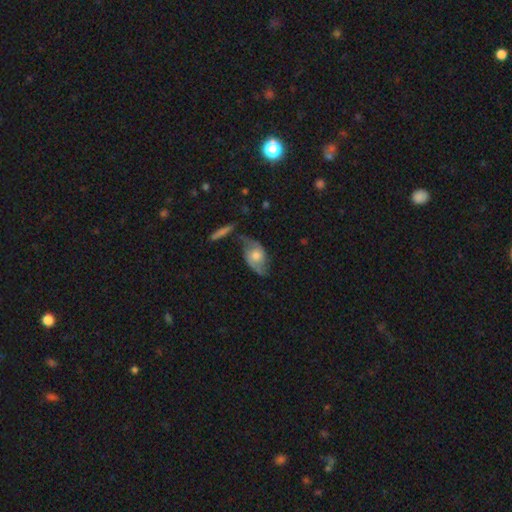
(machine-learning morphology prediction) smooth-or-featured: featured or disk: 62% | smooth: 31% | star or artifact: 7%
  disk-edge-on: no: 91% | yes: 9%
    bar: no: 71% | weak: 25% | strong: 5%
    has-spiral-arms: yes: 82% | no: 18%
    bulge-size: moderate: 58% | small: 19% | large: 17% | none: 4% | dominant: 2%
  merging: none: 53% | minor disturbance: 27% | major disturbance: 14% | merger: 6%